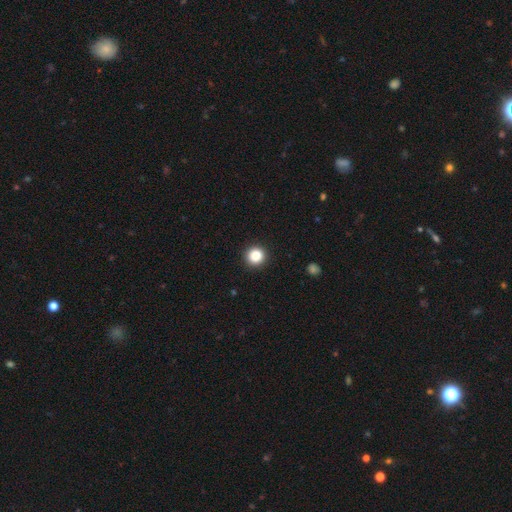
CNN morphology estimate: This appears to be a smooth galaxy with no disk features (85%) that is round (95%). Merging: none (93%).